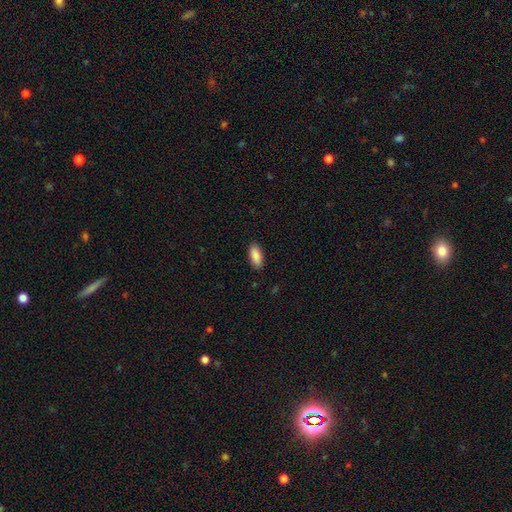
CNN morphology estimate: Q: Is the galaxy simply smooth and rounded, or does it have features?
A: smooth — 90%.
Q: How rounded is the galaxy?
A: in between — 85%.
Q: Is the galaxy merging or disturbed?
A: none — 89%.